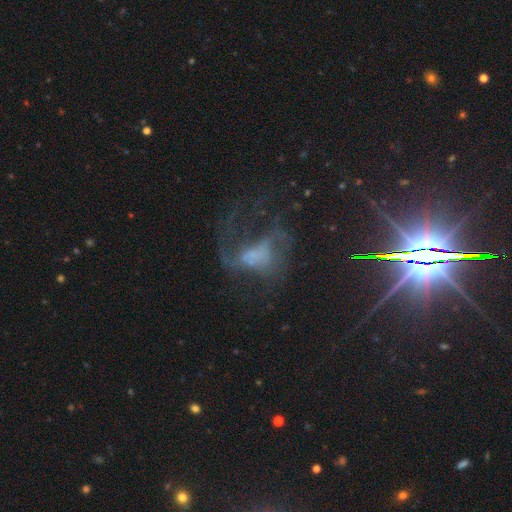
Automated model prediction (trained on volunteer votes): This is possibly a featured or disk galaxy (59%). It is clearly not viewed edge-on (96%). Bar: likely no (63%). Spiral arm pattern: possibly yes (57%). Central bulge: possibly none (47%). Merging: possibly major disturbance (49%).